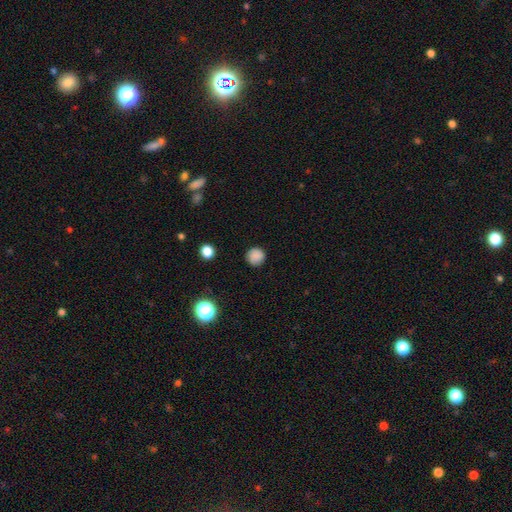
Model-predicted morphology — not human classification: smooth_or_featured: smooth (p=0.85) [alt: star or artifact p=0.11]
how_rounded: round (p=0.93) [alt: in between p=0.06]
merging: none (p=0.87) [alt: minor disturbance p=0.09]